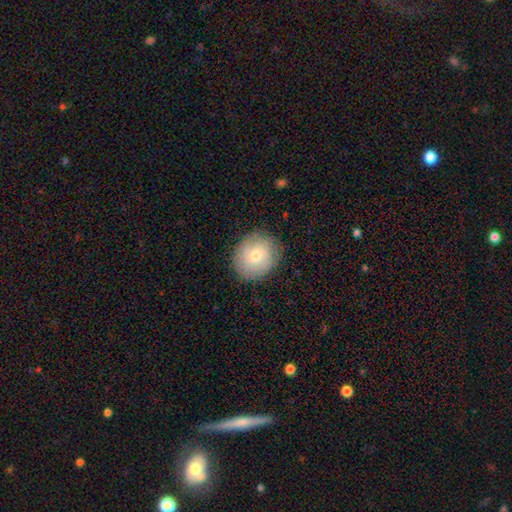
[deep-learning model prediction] Overall: smooth (66%). How rounded: round (77%). Merging: none (84%).